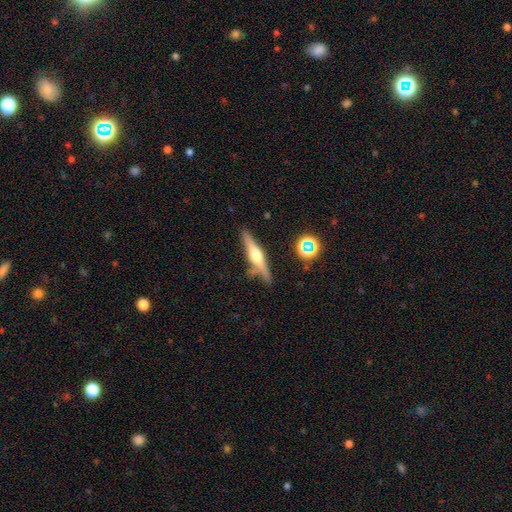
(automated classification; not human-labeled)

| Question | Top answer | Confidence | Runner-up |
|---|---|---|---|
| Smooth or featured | featured or disk | 65% | smooth (28%) |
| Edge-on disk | yes | 95% | no (5%) |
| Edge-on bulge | rounded | 91% | boxy (6%) |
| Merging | none | 75% | minor disturbance (15%) |